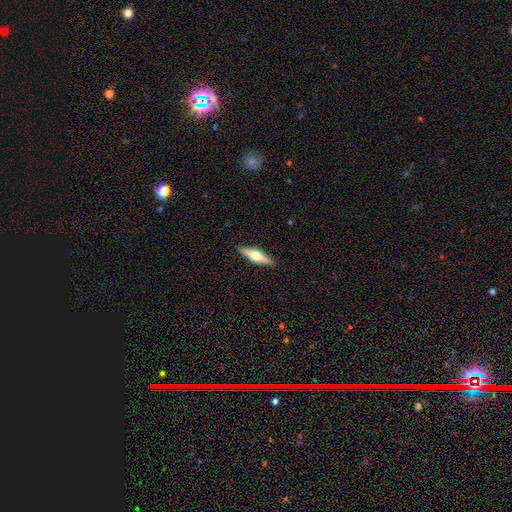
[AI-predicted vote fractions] Smooth or featured: featured or disk — 69% (smooth — 26%)
Edge-on disk: yes — 97% (no — 3%)
Edge-on bulge: rounded — 95% (boxy — 3%)
Merging: none — 91% (minor disturbance — 6%)